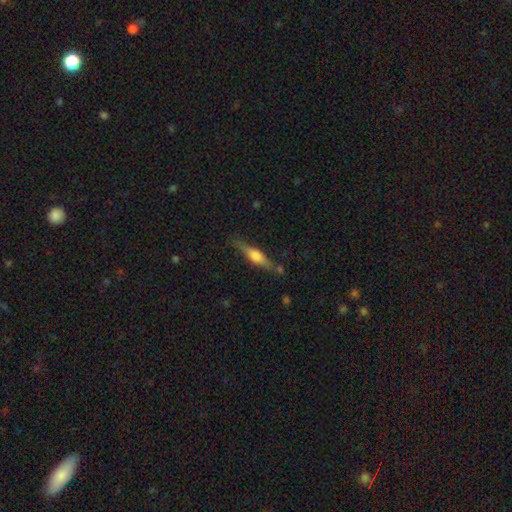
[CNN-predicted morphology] featured or disk 57%, smooth 36%, star or artifact 6%. Down the decision tree: edge-on disk — yes (95%); edge-on bulge — rounded (85%); merging — none (79%).